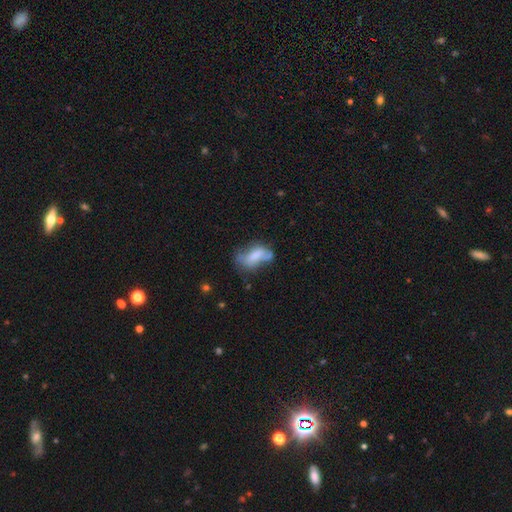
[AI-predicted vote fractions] A smooth galaxy with no disk features (57%) that is in between round and cigar-shaped (85%). Merging: major disturbance (29%).